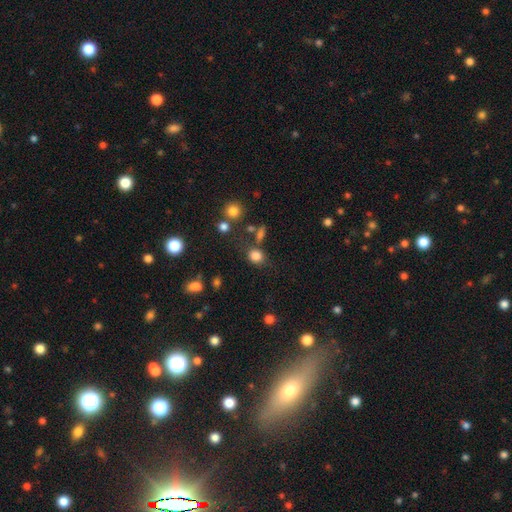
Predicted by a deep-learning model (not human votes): Smooth or featured?
  - smooth: 81% *
  - star or artifact: 14%
  - featured or disk: 6%
How rounded?
  - round: 70% *
  - in between: 29%
  - cigar-shaped: 2%
Merging?
  - none: 66% *
  - minor disturbance: 16%
  - merger: 11%
  - major disturbance: 7%